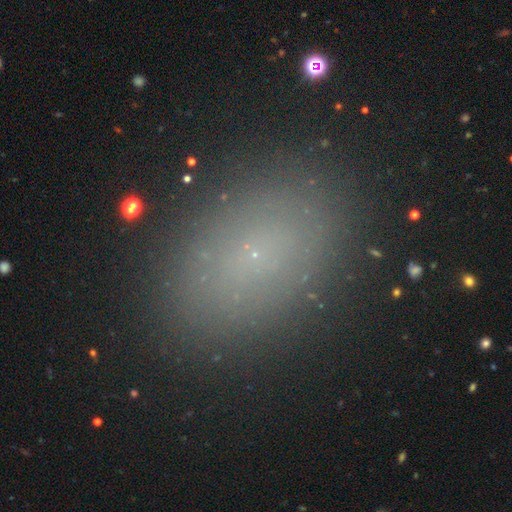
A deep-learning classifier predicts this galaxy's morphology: smooth 61%, star or artifact 21%, featured or disk 18%. Down the decision tree: how rounded — in between (82%); merging — none (86%).